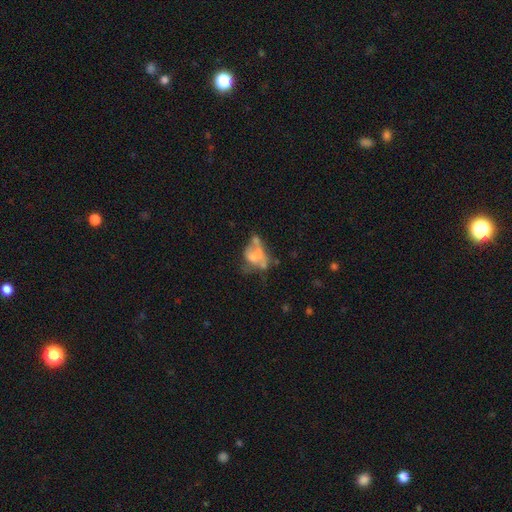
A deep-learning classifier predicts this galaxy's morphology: Smooth or featured? Predicted: featured or disk (p=0.47). Merging? Predicted: merger (p=0.32).